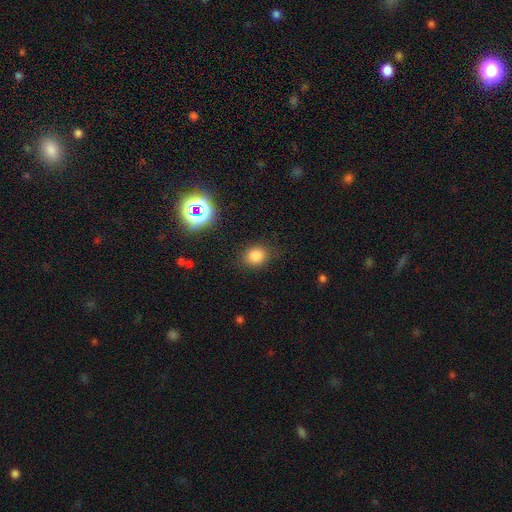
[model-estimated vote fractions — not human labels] smooth-or-featured: smooth: 81% | star or artifact: 14% | featured or disk: 5%
  how-rounded: round: 61% | in between: 38% | cigar-shaped: 1%
  merging: none: 83% | minor disturbance: 12% | major disturbance: 4% | merger: 2%